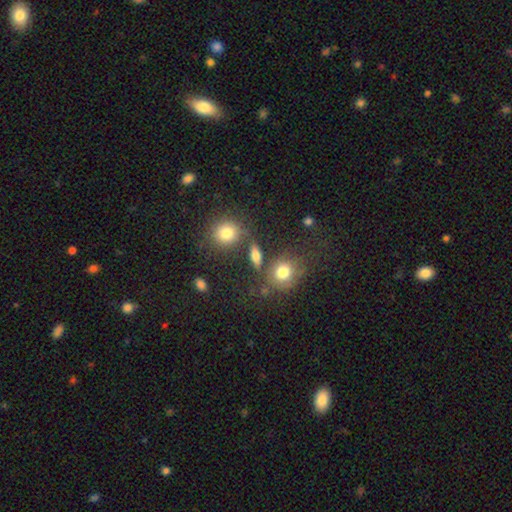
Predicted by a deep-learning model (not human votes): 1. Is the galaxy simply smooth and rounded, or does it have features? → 71% smooth, 15% star or artifact, 14% featured or disk.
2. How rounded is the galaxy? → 51% in between, 34% round, 15% cigar-shaped.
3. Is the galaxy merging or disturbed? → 68% none, 13% merger, 13% minor disturbance, 6% major disturbance.